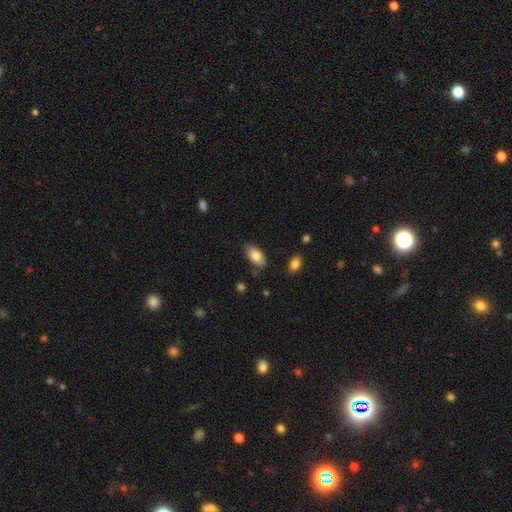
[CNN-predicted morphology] smooth 81%, featured or disk 12%, star or artifact 7%. Down the decision tree: how rounded — in between (92%); merging — none (79%).